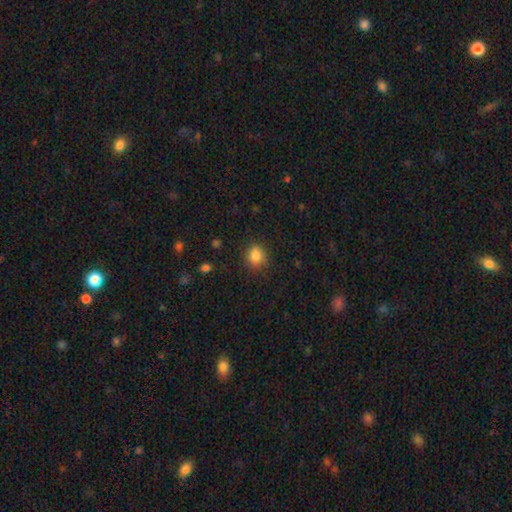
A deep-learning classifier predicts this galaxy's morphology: This appears to be a smooth galaxy with no disk features (84%) that is round (70%). Merging: none (83%).